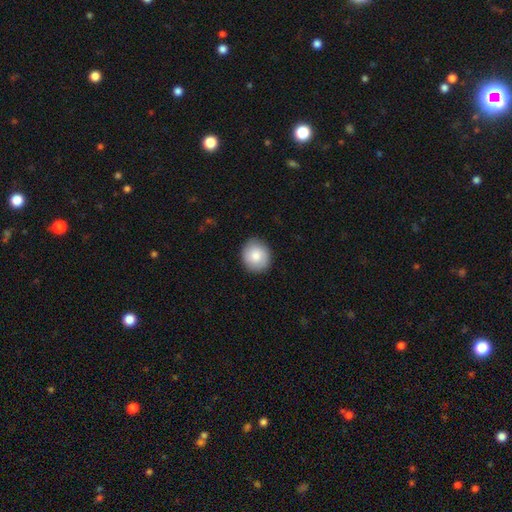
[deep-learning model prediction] Q: Smooth or featured?
A: smooth (84%); runner-up: featured or disk (9%)
Q: How rounded?
A: round (79%); runner-up: in between (21%)
Q: Merging?
A: none (88%); runner-up: minor disturbance (9%)